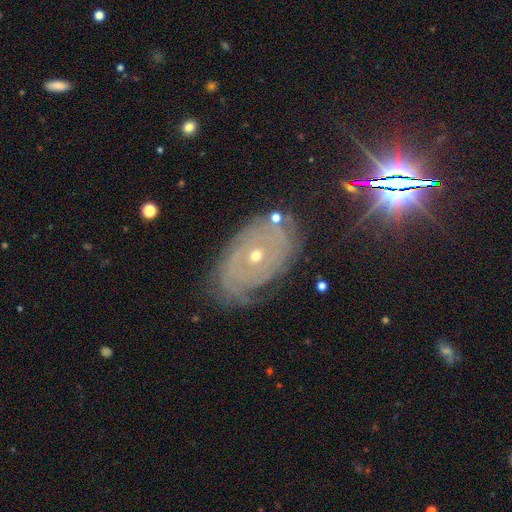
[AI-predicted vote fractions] This appears to be a featured or disk galaxy (75%) with no bar (79%), tight (80%) spiral arms (86%) and a small central bulge (64%). Merging: none (75%).